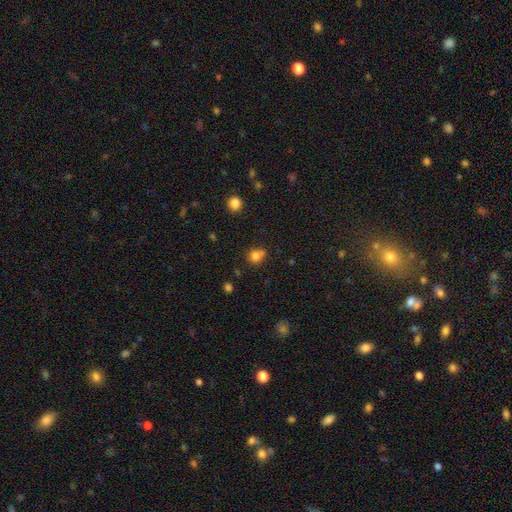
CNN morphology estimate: smooth 78%, star or artifact 13%, featured or disk 8%. Down the decision tree: how rounded — round (77%); merging — none (53%).